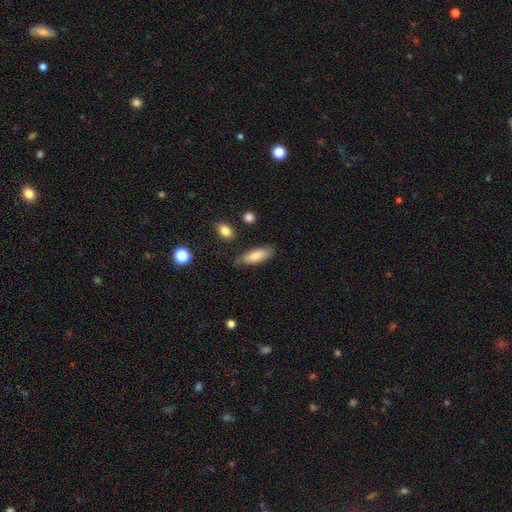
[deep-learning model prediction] Smooth or featured? smooth (81%)
How rounded? in between (67%)
Merging? none (74%)